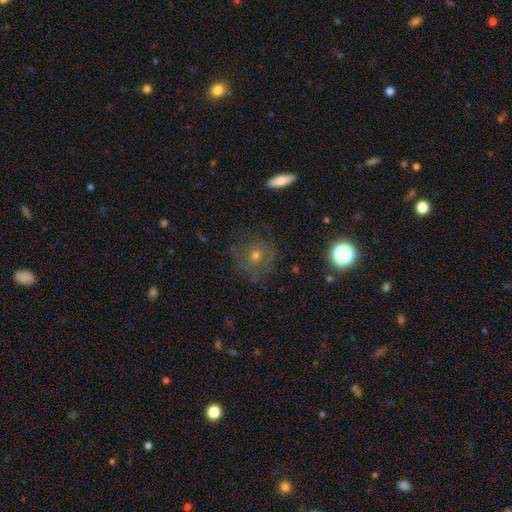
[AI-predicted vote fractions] Smooth or featured? Predicted: featured or disk (p=0.39). Merging? Predicted: none (p=0.77).